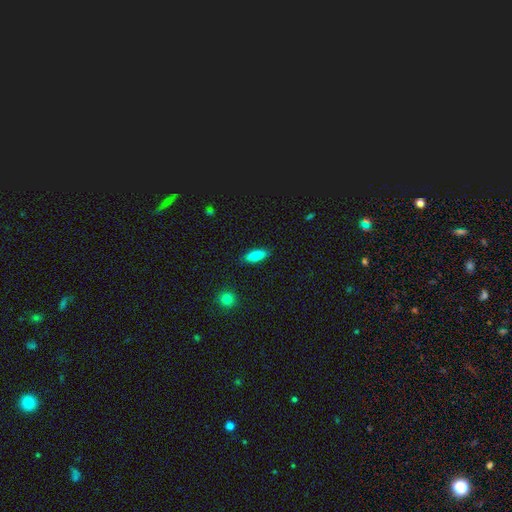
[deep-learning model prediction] smooth 82%, featured or disk 12%, star or artifact 7%. Down the decision tree: how rounded — in between (65%); merging — none (88%).